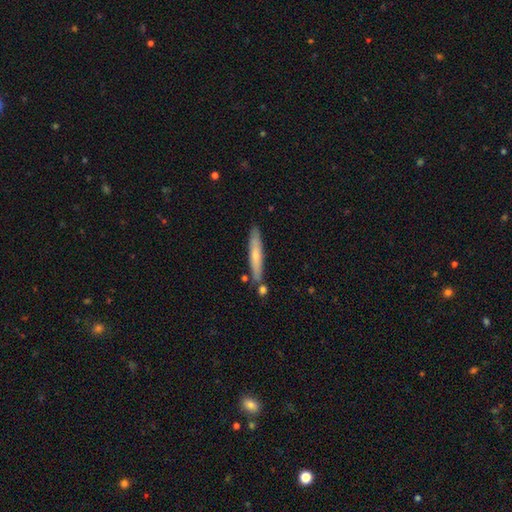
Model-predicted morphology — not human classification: Overall: smooth (56%; featured or disk 38%). How rounded: cigar-shaped (93%). Merging: none (79%).